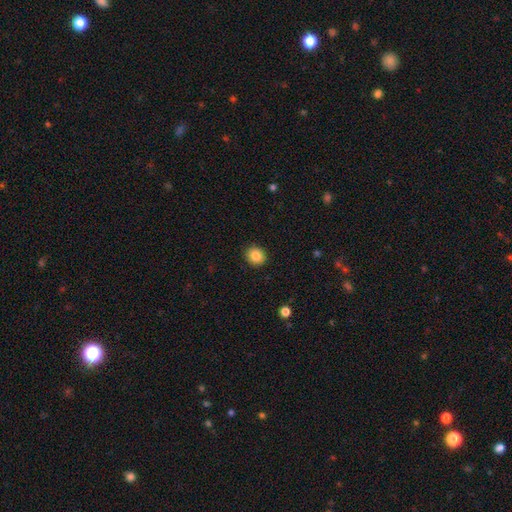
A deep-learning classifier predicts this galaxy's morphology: This appears to be a smooth galaxy with no disk features (85%) that is round (80%). Merging: none (90%).